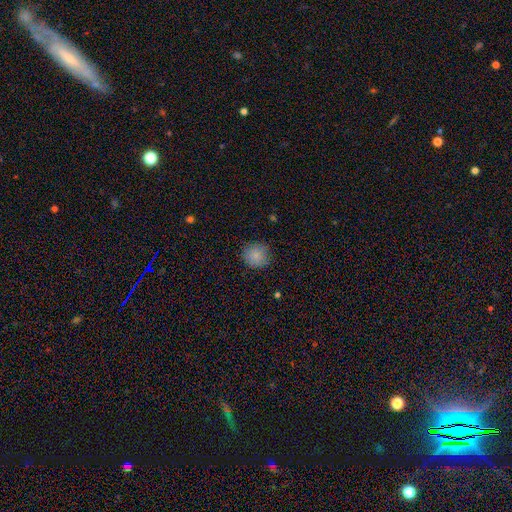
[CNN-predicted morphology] Smooth or featured? smooth (84%)
How rounded? round (91%)
Merging? none (85%)